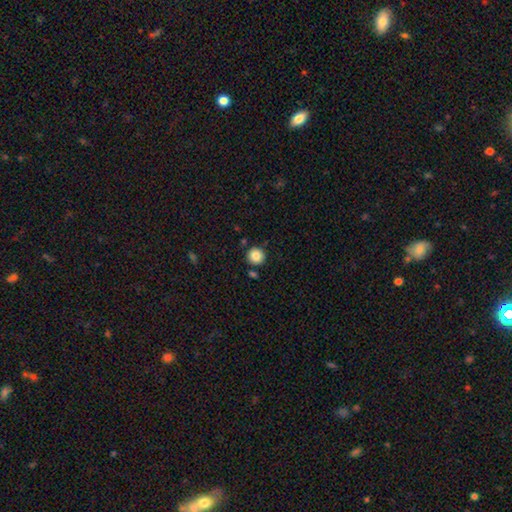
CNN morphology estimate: Q: Smooth or featured?
A: smooth (85%); runner-up: star or artifact (10%)
Q: How rounded?
A: round (93%); runner-up: in between (6%)
Q: Merging?
A: none (86%); runner-up: minor disturbance (7%)